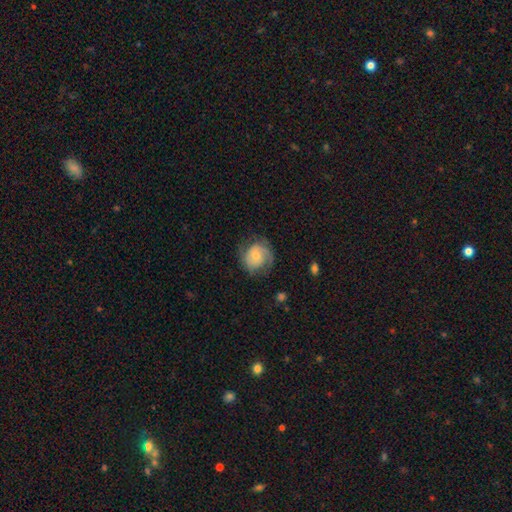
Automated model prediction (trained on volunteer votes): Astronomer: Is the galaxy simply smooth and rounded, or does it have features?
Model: featured or disk — 61%.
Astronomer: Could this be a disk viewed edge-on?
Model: no — 97%.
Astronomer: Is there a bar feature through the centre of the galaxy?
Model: no — 73%.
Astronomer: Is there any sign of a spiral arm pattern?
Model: yes — 88%.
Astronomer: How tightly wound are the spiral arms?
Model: tight — 44% (runner-up: medium, 39%).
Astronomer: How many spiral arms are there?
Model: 2 — 65%.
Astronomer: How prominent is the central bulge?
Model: small — 52% (runner-up: moderate, 40%).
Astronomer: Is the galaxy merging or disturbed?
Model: none — 66%.